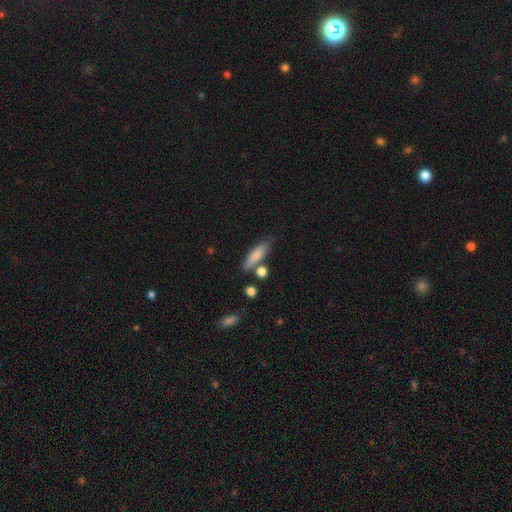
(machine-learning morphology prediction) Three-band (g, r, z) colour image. It shows a smooth galaxy with no disk features (78%) that is cigar-shaped (64%). Merging: none (70%).